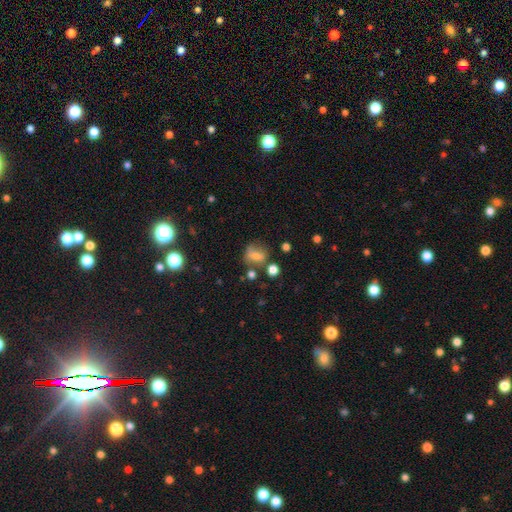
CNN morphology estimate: A smooth galaxy with no disk features (63%) that is round (51%). Merging: none (50%).